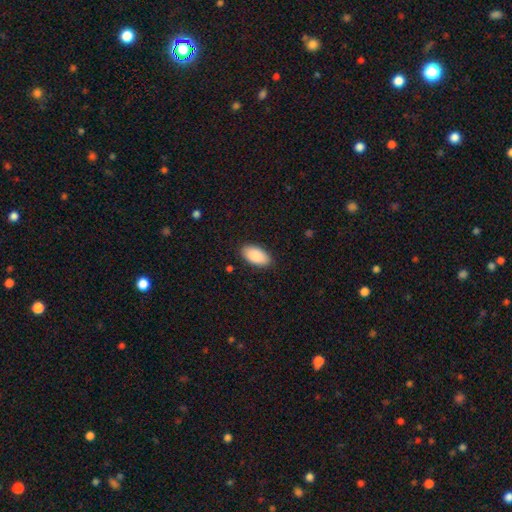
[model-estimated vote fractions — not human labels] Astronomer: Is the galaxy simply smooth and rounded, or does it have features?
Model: smooth — 89%.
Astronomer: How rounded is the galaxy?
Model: in between — 95%.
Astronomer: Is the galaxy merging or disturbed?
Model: none — 87%.